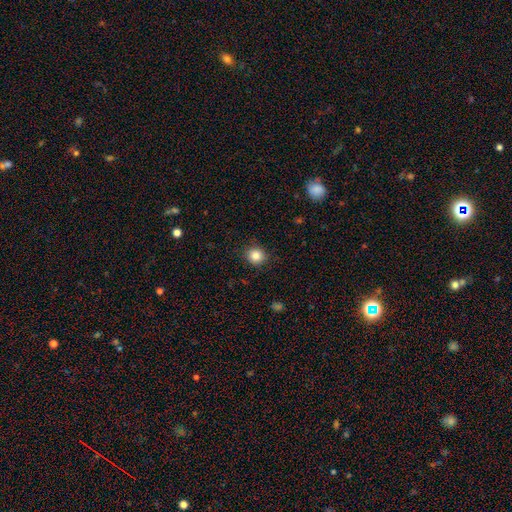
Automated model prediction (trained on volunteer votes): A smooth galaxy with no disk features (85%) that is round (83%).

Vote fractions:
- Smooth or featured? smooth: 85% / star or artifact: 10% / featured or disk: 5%
- How rounded? round: 83% / in between: 16% / cigar-shaped: 1%
- Merging? none: 89% / minor disturbance: 8% / major disturbance: 2% / merger: 1%